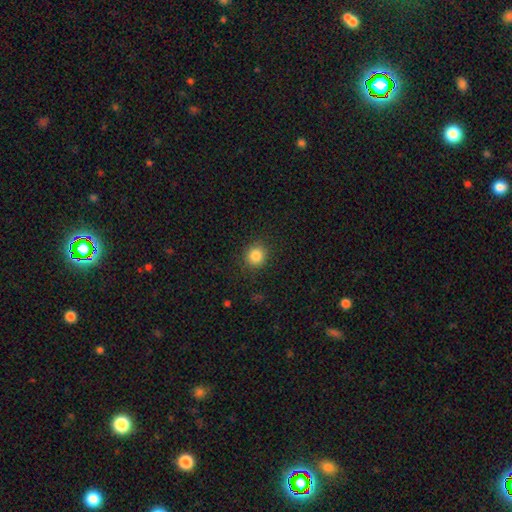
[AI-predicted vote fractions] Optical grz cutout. It shows a smooth galaxy with no disk features (84%) that is round (88%). Merging: none (89%).